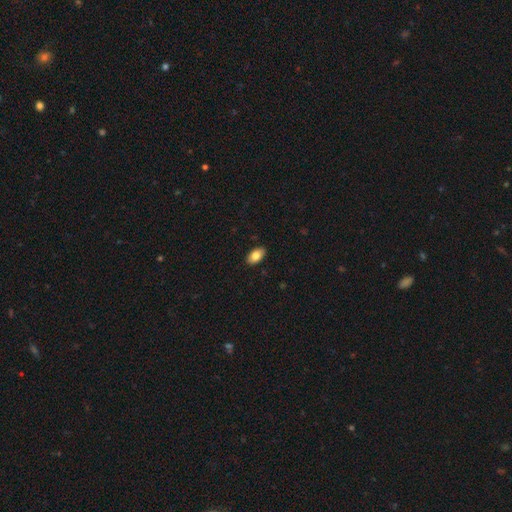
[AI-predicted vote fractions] Smooth or featured: smooth — 82% (featured or disk — 11%)
How rounded: in between — 93% (round — 4%)
Merging: none — 90% (minor disturbance — 8%)